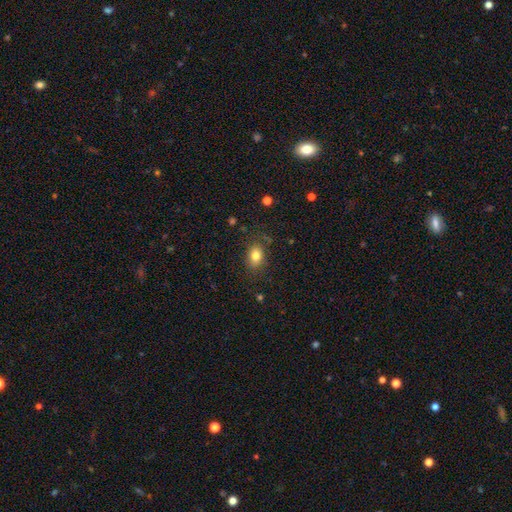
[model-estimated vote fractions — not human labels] smooth_or_featured: smooth (p=0.80) [alt: star or artifact p=0.11]
how_rounded: in between (p=0.72) [alt: round p=0.27]
merging: none (p=0.80) [alt: minor disturbance p=0.14]